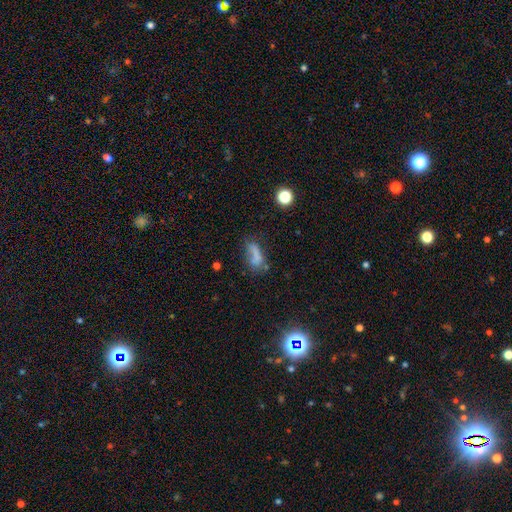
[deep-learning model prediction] smooth_or_featured: smooth (p=0.65) [alt: featured or disk p=0.20]
how_rounded: in between (p=0.72) [alt: cigar-shaped p=0.21]
merging: none (p=0.38) [alt: major disturbance p=0.26]